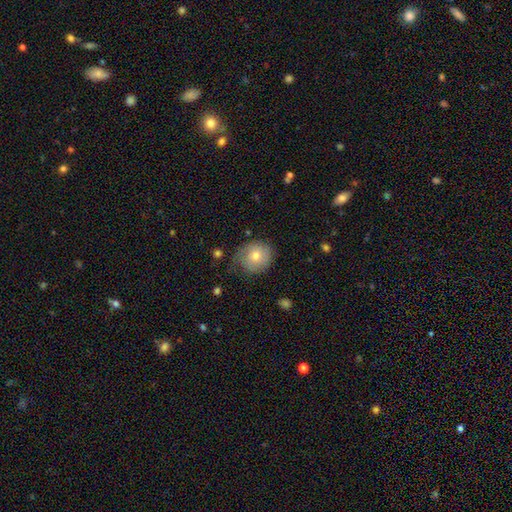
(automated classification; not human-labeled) smooth 59%, featured or disk 32%, star or artifact 9%. Down the decision tree: how rounded — round (78%); merging — none (64%).